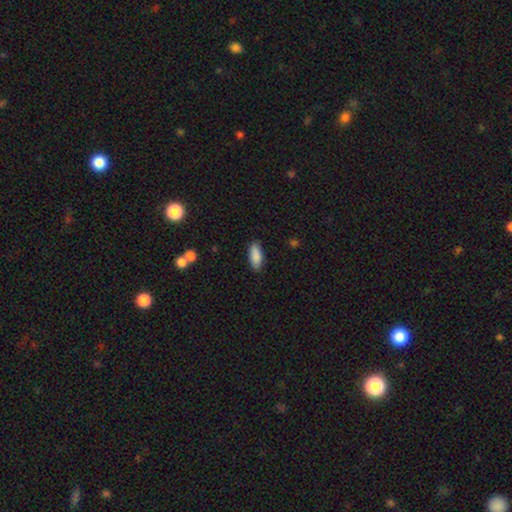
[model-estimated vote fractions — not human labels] Q: Smooth or featured?
A: smooth (88%); runner-up: star or artifact (7%)
Q: How rounded?
A: in between (79%); runner-up: cigar-shaped (19%)
Q: Merging?
A: none (86%); runner-up: minor disturbance (11%)